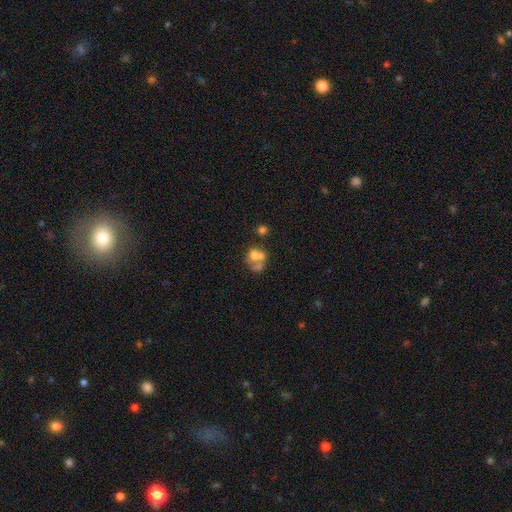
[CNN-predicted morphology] This appears to be a smooth galaxy with no disk features (51%) that is round (54%). Merging: merger (53%).